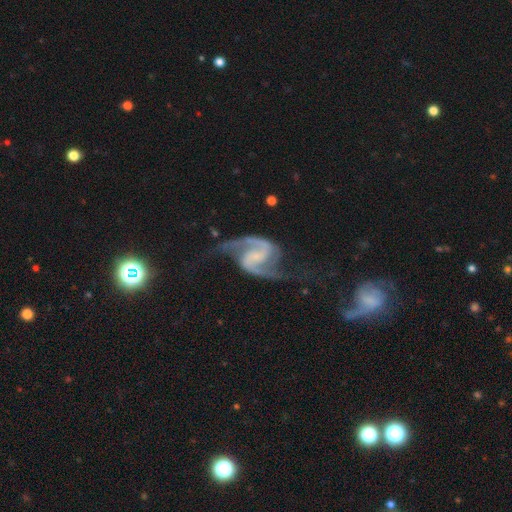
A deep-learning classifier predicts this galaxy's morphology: smooth_or_featured: featured or disk (p=0.93) [alt: star or artifact p=0.04]
disk_edge_on: no (p=0.98) [alt: yes p=0.02]
bar: weak (p=0.46) [alt: no p=0.29]
has_spiral_arms: yes (p=0.98) [alt: no p=0.02]
spiral_winding: medium (p=0.50) [alt: loose p=0.39]
spiral_arm_count: 2 (p=0.94) [alt: can't tell p=0.01]
bulge_size: small (p=0.39) [alt: none p=0.36]
merging: none (p=0.66) [alt: minor disturbance p=0.18]